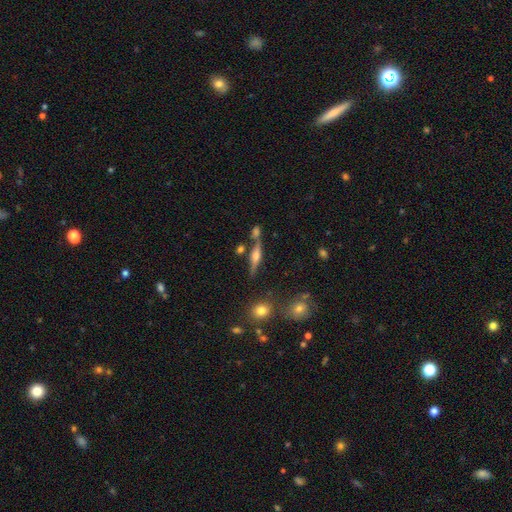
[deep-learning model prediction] smooth-or-featured: featured or disk: 71% | smooth: 20% | star or artifact: 9%
  disk-edge-on: yes: 95% | no: 5%
    edge-on-bulge: rounded: 90% | boxy: 7% | none: 3%
  merging: none: 70% | merger: 15% | minor disturbance: 12% | major disturbance: 4%